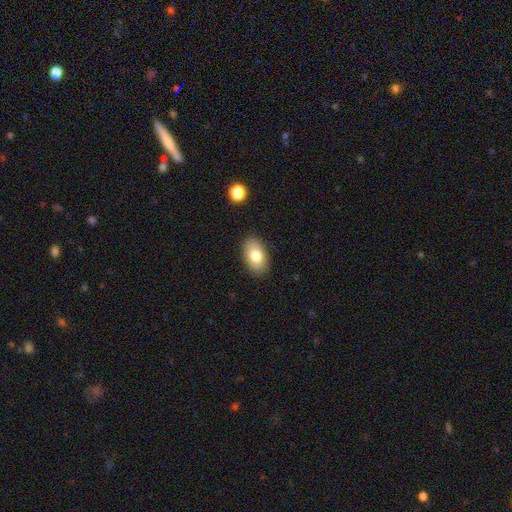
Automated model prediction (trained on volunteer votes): This is likely a smooth galaxy (77%). How rounded: clearly in between (91%). Merging: clearly none (88%).